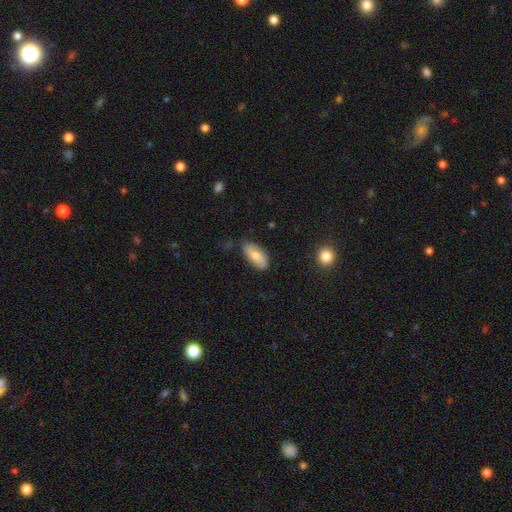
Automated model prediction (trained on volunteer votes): Smooth or featured?
  - smooth: 69% *
  - featured or disk: 24%
  - star or artifact: 6%
How rounded?
  - in between: 87% *
  - cigar-shaped: 11%
  - round: 3%
Merging?
  - none: 76% *
  - minor disturbance: 19%
  - major disturbance: 3%
  - merger: 2%